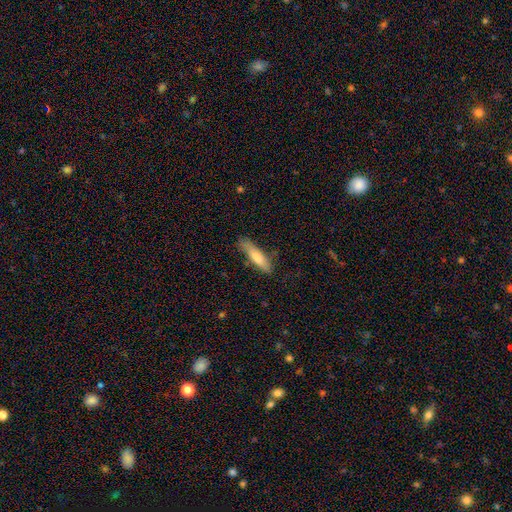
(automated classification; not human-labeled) The model was most divided on "smooth or featured": smooth: 66%, featured or disk: 27%, star or artifact: 6%. More confident: how rounded — cigar-shaped (77%); merging — none (75%).